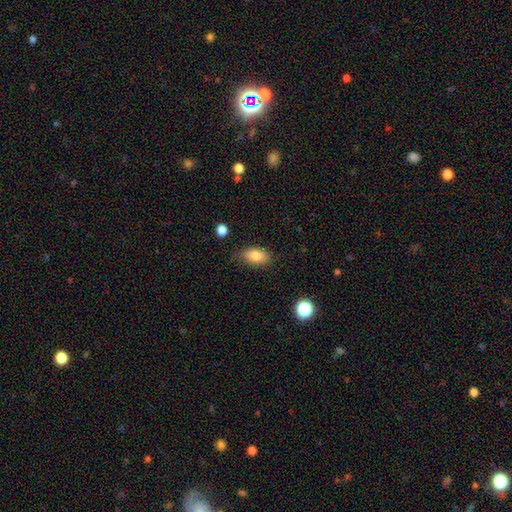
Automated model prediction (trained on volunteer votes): A smooth galaxy with no disk features (83%) that is in between round and cigar-shaped (90%). Merging: none (75%).